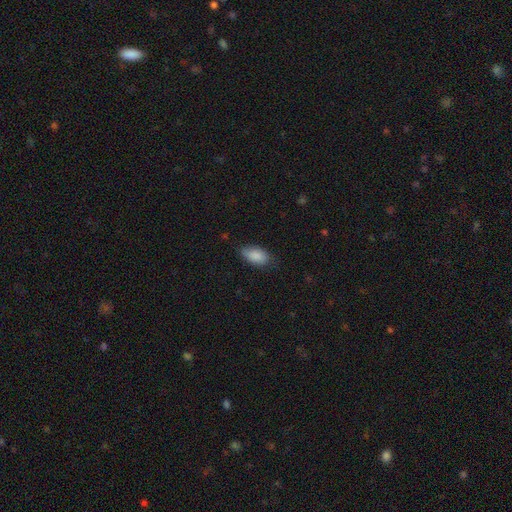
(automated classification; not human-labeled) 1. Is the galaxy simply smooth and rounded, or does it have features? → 88% smooth, 7% star or artifact, 6% featured or disk.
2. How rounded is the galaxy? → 93% in between, 4% cigar-shaped, 3% round.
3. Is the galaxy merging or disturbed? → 73% none, 22% minor disturbance, 4% major disturbance, 1% merger.